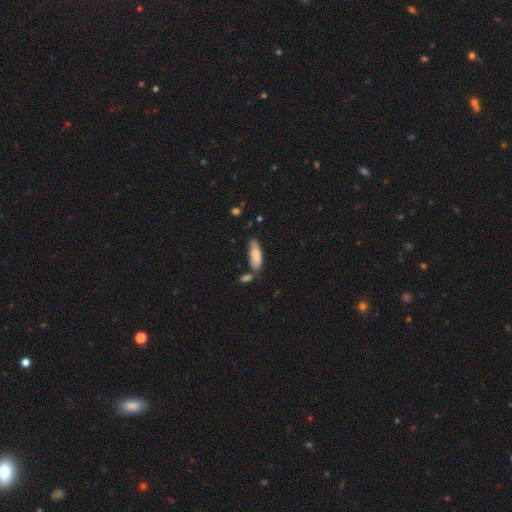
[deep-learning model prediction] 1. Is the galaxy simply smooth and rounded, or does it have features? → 83% smooth, 11% featured or disk, 6% star or artifact.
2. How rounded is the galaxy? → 64% in between, 34% cigar-shaped, 2% round.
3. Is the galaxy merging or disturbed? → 59% none, 21% minor disturbance, 15% merger, 5% major disturbance.